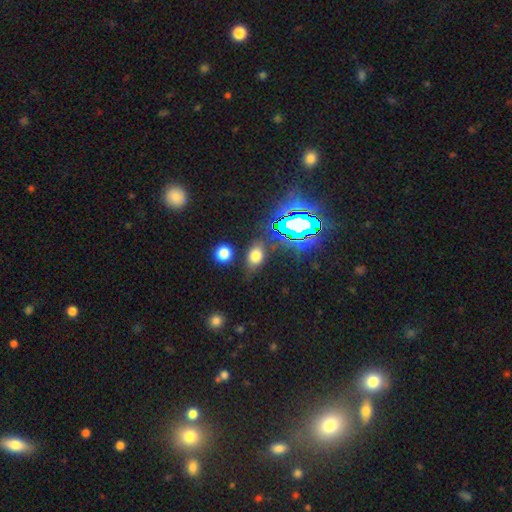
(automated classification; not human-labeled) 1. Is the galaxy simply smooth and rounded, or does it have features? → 64% smooth, 26% star or artifact, 11% featured or disk.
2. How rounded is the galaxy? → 73% in between, 24% round, 3% cigar-shaped.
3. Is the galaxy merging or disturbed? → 74% none, 15% minor disturbance, 6% major disturbance, 5% merger.